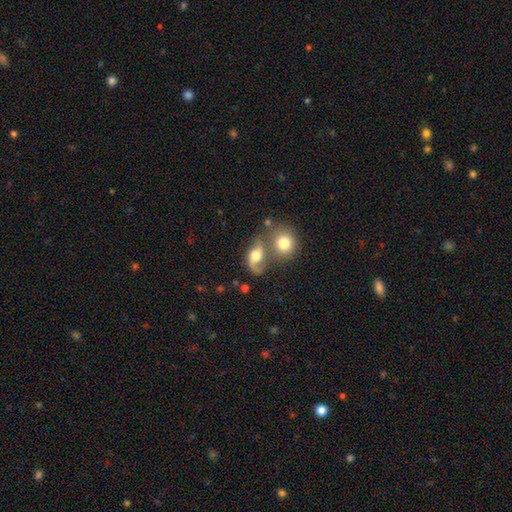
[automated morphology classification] The model was most divided on "smooth or featured": featured or disk: 49%, smooth: 42%, star or artifact: 9%. Remaining: merging — merger (41%).